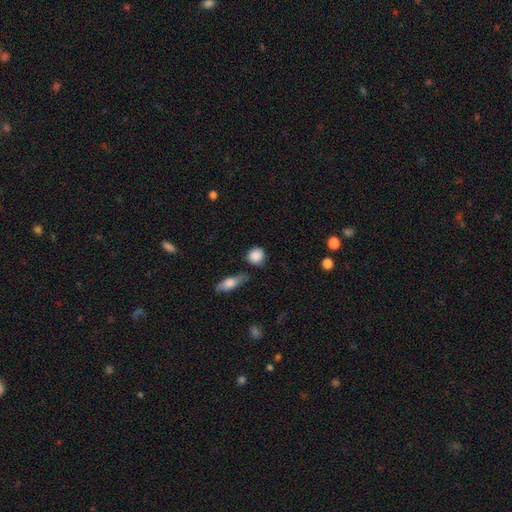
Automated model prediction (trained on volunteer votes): Smooth or featured? Predicted: smooth (p=0.86). How rounded? Predicted: round (p=0.84). Merging? Predicted: none (p=0.68).